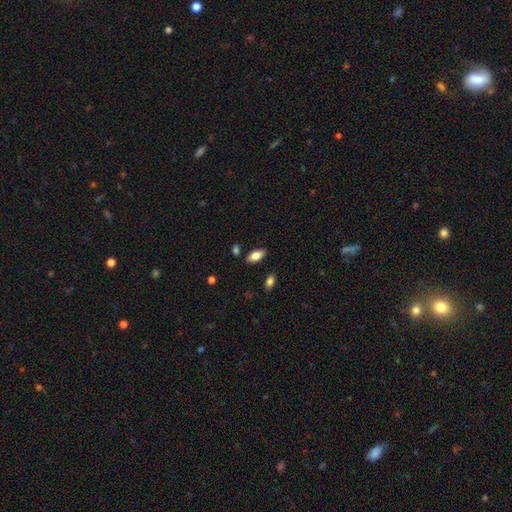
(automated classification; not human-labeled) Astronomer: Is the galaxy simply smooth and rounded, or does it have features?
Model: smooth — 77%.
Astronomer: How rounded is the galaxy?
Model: in between — 91%.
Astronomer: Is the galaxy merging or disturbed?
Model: none — 85%.